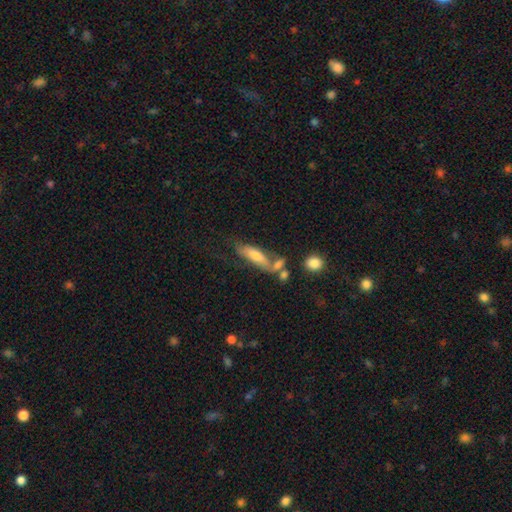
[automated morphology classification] smooth 63%, featured or disk 29%, star or artifact 8%. Down the decision tree: how rounded — cigar-shaped (53%); merging — none (44%).